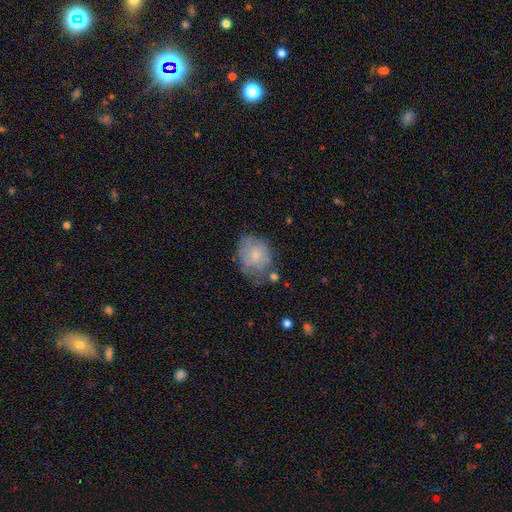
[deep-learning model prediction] A smooth galaxy with no disk features (64%) that is in between round and cigar-shaped (56%). Merging: none (46%).